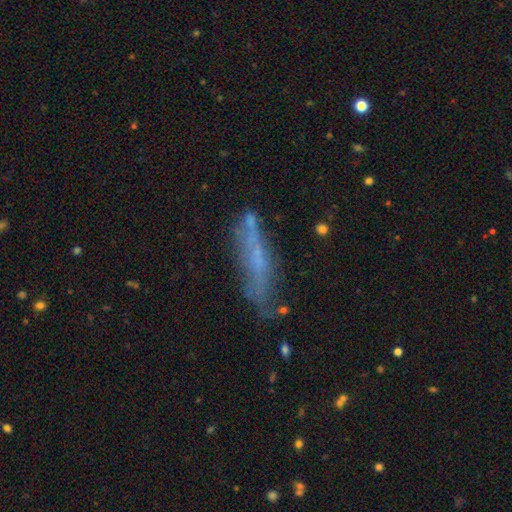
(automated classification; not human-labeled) The model was most divided on "smooth or featured": featured or disk: 45%, smooth: 44%, star or artifact: 11%. More confident: merging — none (63%).